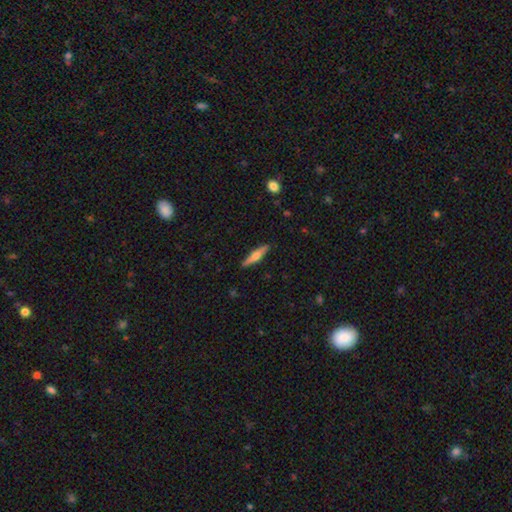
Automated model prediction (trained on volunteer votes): Morphology: type=featured or disk (54%); edge-on=yes (96%); edge-on bulge=rounded (88%); merging=none (90%).